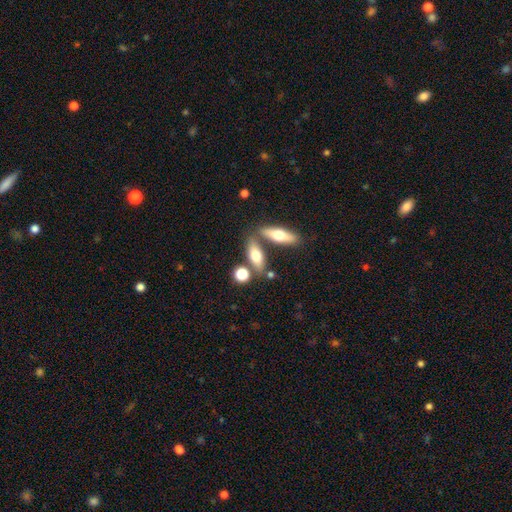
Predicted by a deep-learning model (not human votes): Overall: smooth (64%; featured or disk 28%). How rounded: in between (62%; cigar-shaped 32%). Merging: none (58%; merger 28%).